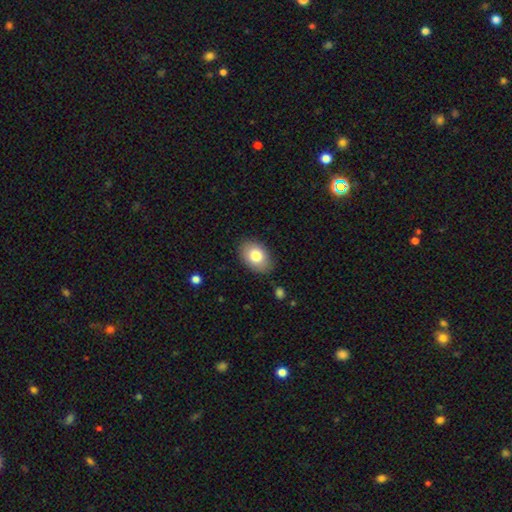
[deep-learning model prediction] A smooth galaxy with no disk features (80%) that is in between round and cigar-shaped (84%).

Vote fractions:
- Smooth or featured? smooth: 80% / featured or disk: 13% / star or artifact: 7%
- How rounded? in between: 84% / round: 15% / cigar-shaped: 1%
- Merging? none: 85% / minor disturbance: 11% / major disturbance: 3% / merger: 1%